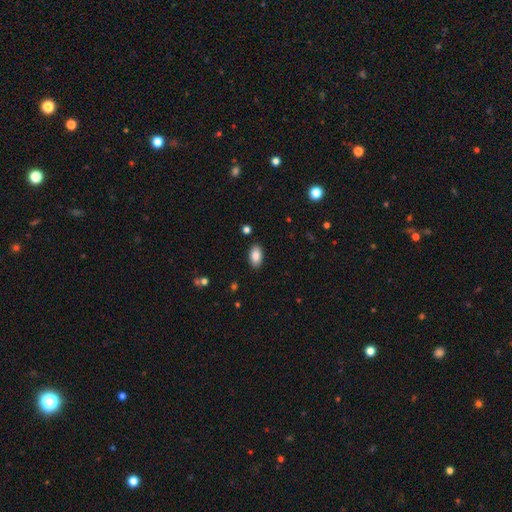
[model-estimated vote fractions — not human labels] Morphology: type=smooth (86%); roundness=in between (93%); merging=none (88%).